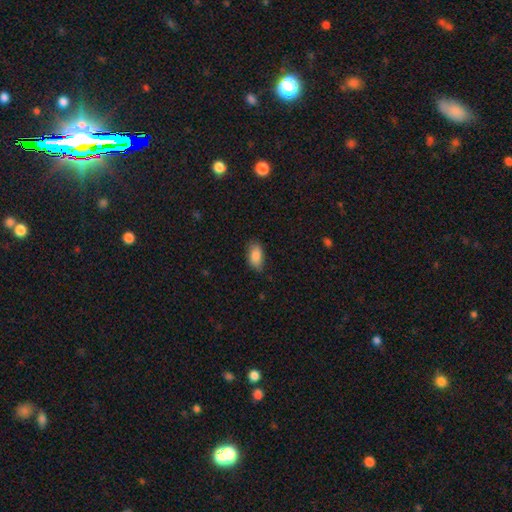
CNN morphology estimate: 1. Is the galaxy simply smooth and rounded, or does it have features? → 87% smooth, 7% star or artifact, 7% featured or disk.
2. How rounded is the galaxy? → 92% in between, 4% round, 4% cigar-shaped.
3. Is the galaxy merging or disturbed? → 78% none, 18% minor disturbance, 3% major disturbance, 1% merger.